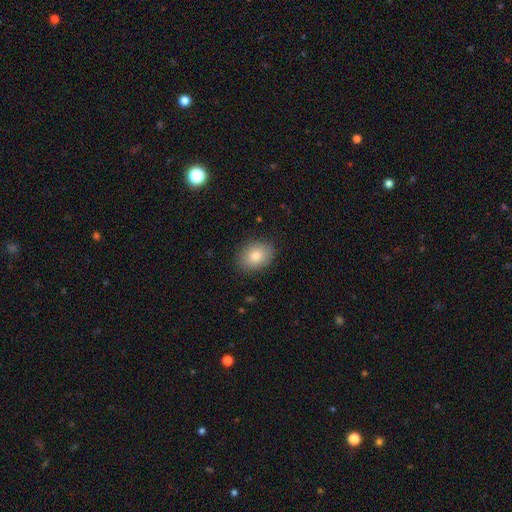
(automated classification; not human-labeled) Smooth or featured?
  - smooth: 82% *
  - featured or disk: 9%
  - star or artifact: 9%
How rounded?
  - in between: 58% *
  - round: 41%
  - cigar-shaped: 1%
Merging?
  - none: 87% *
  - minor disturbance: 9%
  - major disturbance: 2%
  - merger: 1%